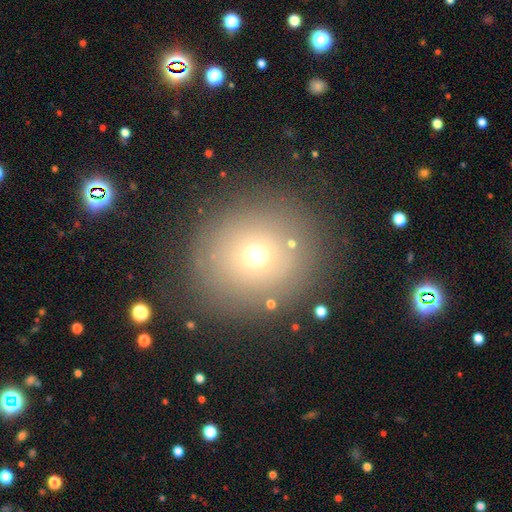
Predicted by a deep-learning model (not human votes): A smooth galaxy with no disk features (65%) that is round (87%).

Vote fractions:
- Smooth or featured? smooth: 65% / star or artifact: 21% / featured or disk: 13%
- How rounded? round: 87% / in between: 12% / cigar-shaped: 1%
- Merging? none: 84% / minor disturbance: 9% / major disturbance: 4% / merger: 3%